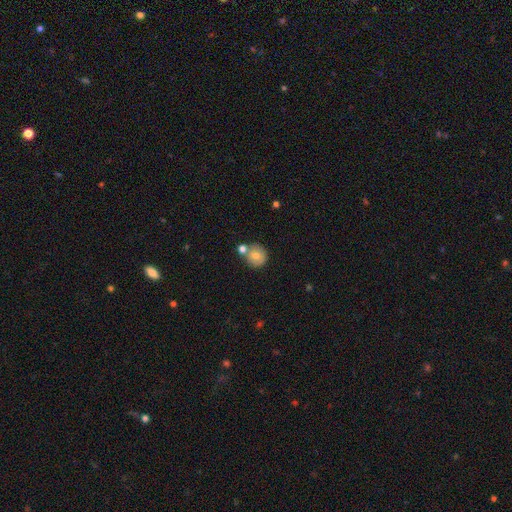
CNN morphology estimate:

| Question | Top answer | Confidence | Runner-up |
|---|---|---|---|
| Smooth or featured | smooth | 76% | featured or disk (15%) |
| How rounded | round | 89% | in between (10%) |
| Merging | none | 60% | merger (25%) |